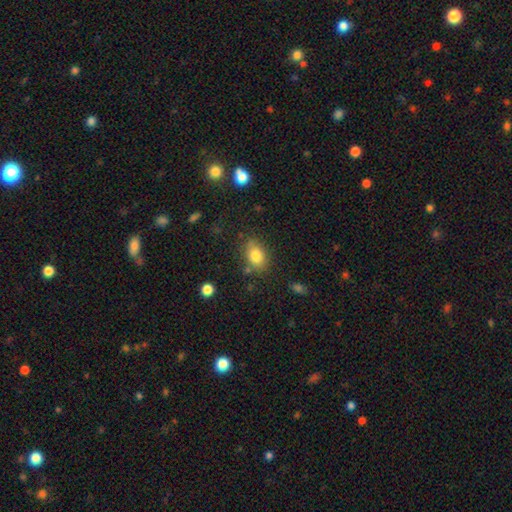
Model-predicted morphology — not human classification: Q: Smooth or featured?
A: smooth (81%); runner-up: featured or disk (10%)
Q: How rounded?
A: in between (76%); runner-up: round (23%)
Q: Merging?
A: none (75%); runner-up: minor disturbance (16%)